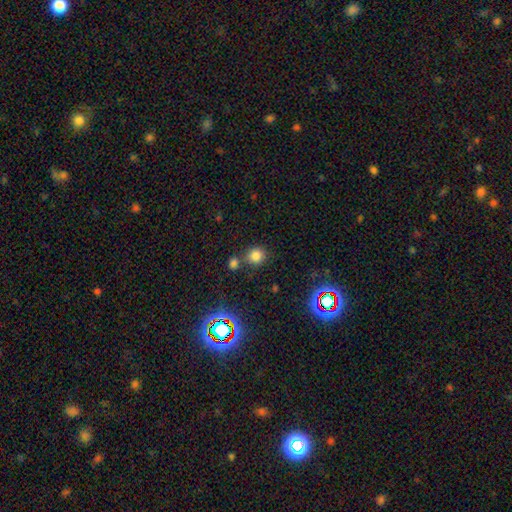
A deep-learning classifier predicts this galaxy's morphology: type=smooth (77%); roundness=round (84%); merging=none (69%).